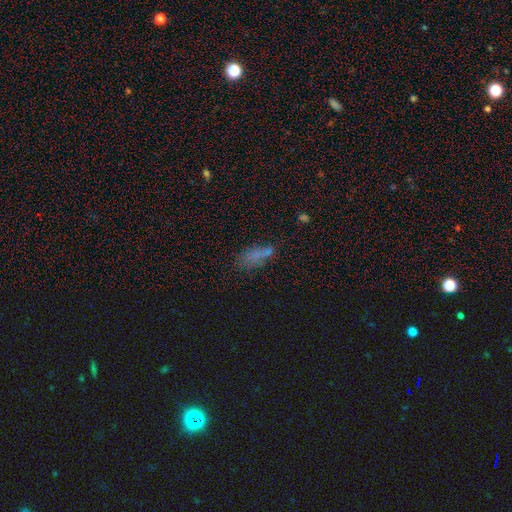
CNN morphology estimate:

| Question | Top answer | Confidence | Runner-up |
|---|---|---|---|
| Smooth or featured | smooth | 65% | star or artifact (19%) |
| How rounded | in between | 73% | cigar-shaped (22%) |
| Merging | none | 51% | minor disturbance (23%) |